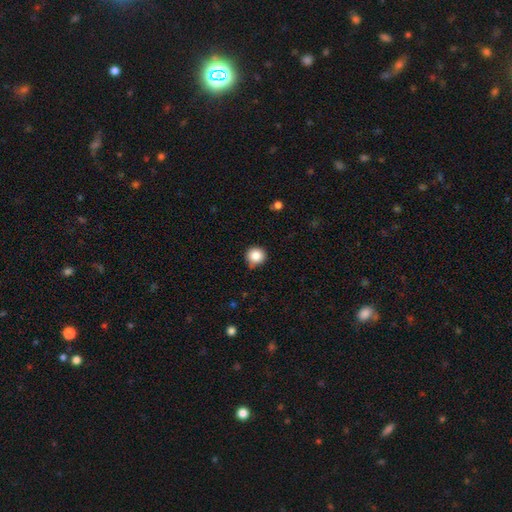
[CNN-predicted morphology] smooth 86%, star or artifact 10%, featured or disk 4%. Down the decision tree: how rounded — round (93%); merging — none (79%).